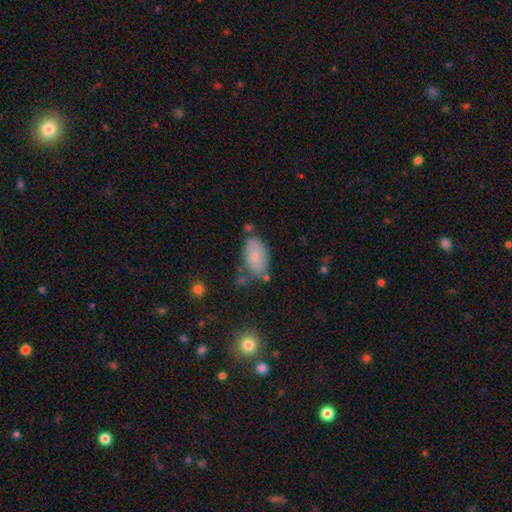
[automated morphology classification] A smooth galaxy with no disk features (74%) that is in between round and cigar-shaped (92%).

Vote fractions:
- Smooth or featured? smooth: 74% / featured or disk: 18% / star or artifact: 8%
- How rounded? in between: 92% / round: 5% / cigar-shaped: 2%
- Merging? none: 66% / minor disturbance: 22% / merger: 8% / major disturbance: 5%